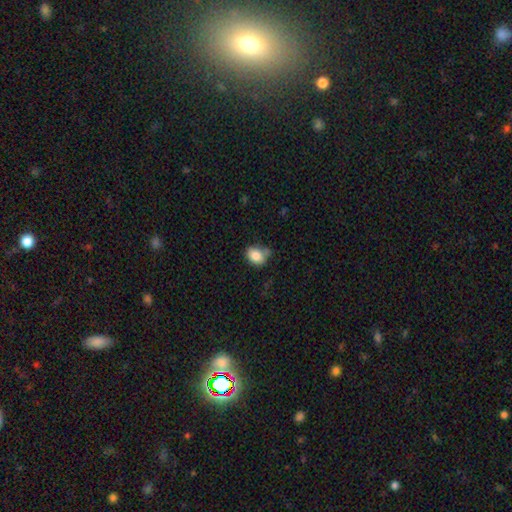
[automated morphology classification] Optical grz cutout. It shows a smooth galaxy with no disk features (84%) that is in between round and cigar-shaped (58%). Merging: none (57%).